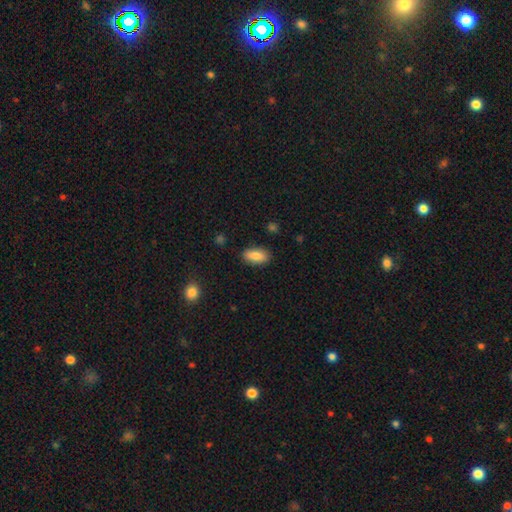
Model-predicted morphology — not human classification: smooth 83%, featured or disk 10%, star or artifact 7%. Down the decision tree: how rounded — in between (87%); merging — none (86%).